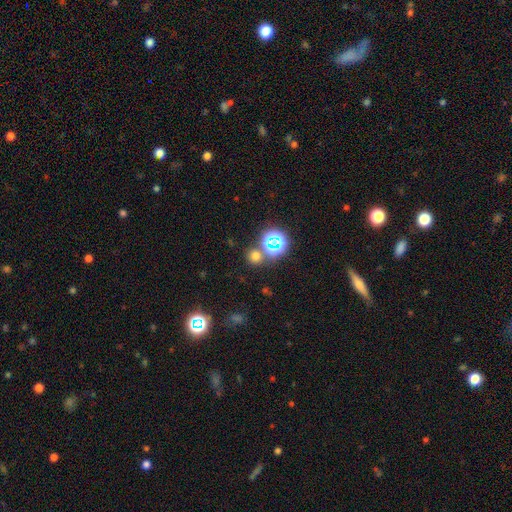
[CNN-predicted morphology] This is likely a smooth galaxy (62%). How rounded: clearly round (88%). Merging: likely none (75%).